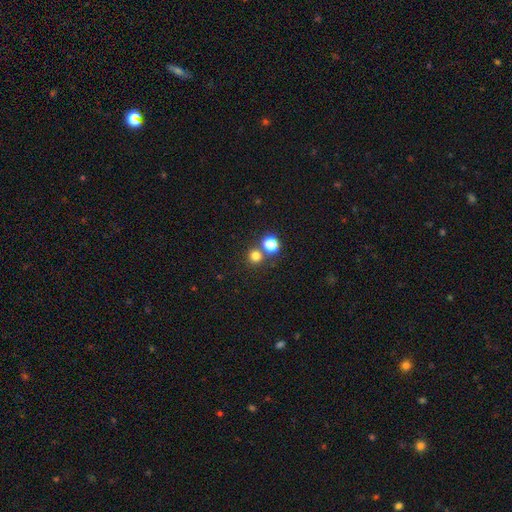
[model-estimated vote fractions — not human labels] smooth 76%, star or artifact 18%, featured or disk 6%. Down the decision tree: how rounded — round (91%); merging — none (69%).